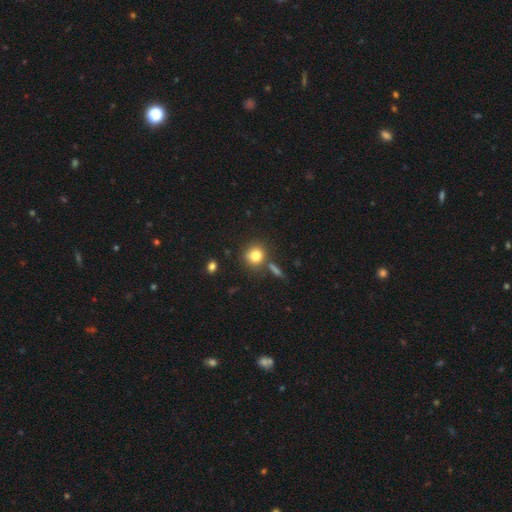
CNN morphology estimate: Smooth or featured: smooth — 80% (star or artifact — 11%)
How rounded: round — 87% (in between — 12%)
Merging: none — 75% (minor disturbance — 11%)